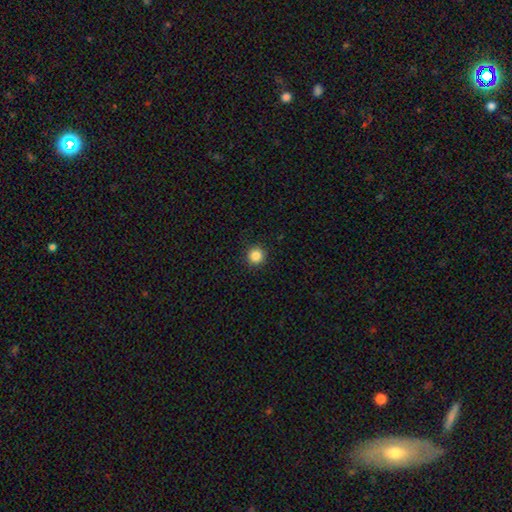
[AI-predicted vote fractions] smooth 85%, star or artifact 11%, featured or disk 4%. Down the decision tree: how rounded — round (95%); merging — none (92%).